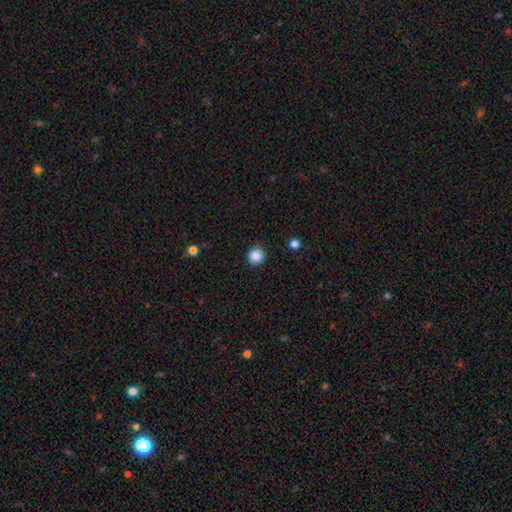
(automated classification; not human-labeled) Smooth or featured? Predicted: smooth (p=0.87). How rounded? Predicted: round (p=0.92). Merging? Predicted: none (p=0.91).